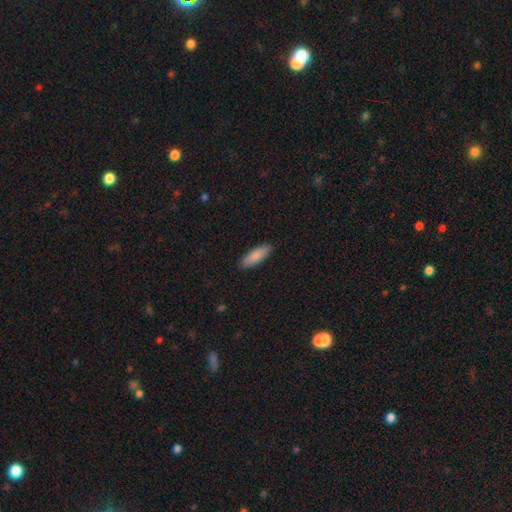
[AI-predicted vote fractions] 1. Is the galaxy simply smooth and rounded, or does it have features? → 87% smooth, 8% featured or disk, 5% star or artifact.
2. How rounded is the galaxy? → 54% in between, 45% cigar-shaped, 2% round.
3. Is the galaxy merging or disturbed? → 90% none, 8% minor disturbance, 2% major disturbance, 1% merger.